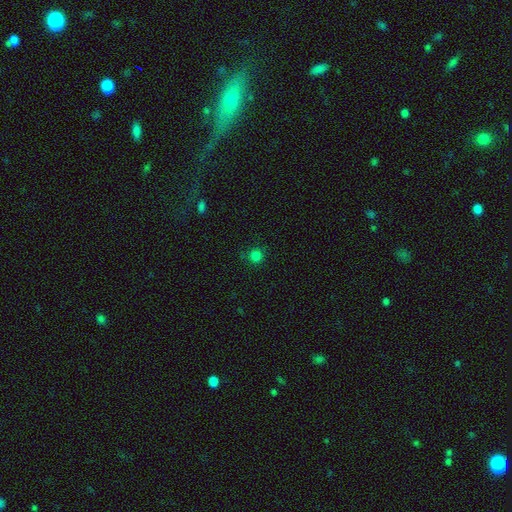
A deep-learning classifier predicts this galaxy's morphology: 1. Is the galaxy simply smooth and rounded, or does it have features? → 80% smooth, 17% star or artifact, 3% featured or disk.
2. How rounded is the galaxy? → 94% round, 5% in between, 1% cigar-shaped.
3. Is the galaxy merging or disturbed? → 87% none, 8% minor disturbance, 3% major disturbance, 2% merger.